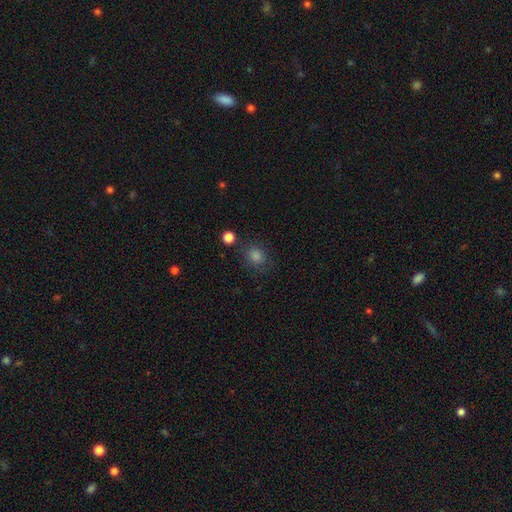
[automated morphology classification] Q: Smooth or featured?
A: smooth (76%); runner-up: star or artifact (18%)
Q: How rounded?
A: round (70%); runner-up: in between (29%)
Q: Merging?
A: none (80%); runner-up: minor disturbance (12%)